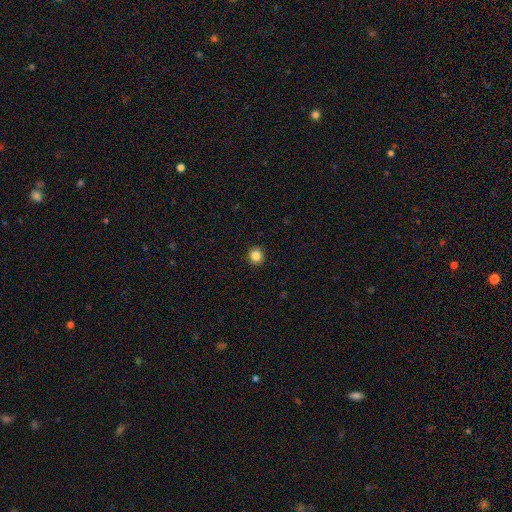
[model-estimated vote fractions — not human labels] smooth_or_featured: smooth (p=0.85) [alt: star or artifact p=0.11]
how_rounded: round (p=0.92) [alt: in between p=0.07]
merging: none (p=0.93) [alt: minor disturbance p=0.05]